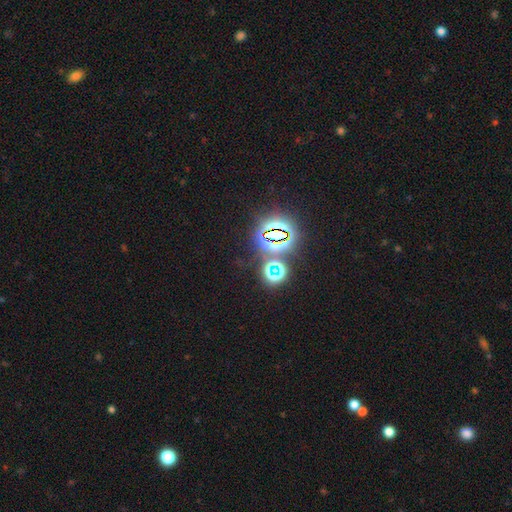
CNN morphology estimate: Q: Smooth or featured?
A: star or artifact (79%); runner-up: smooth (14%)